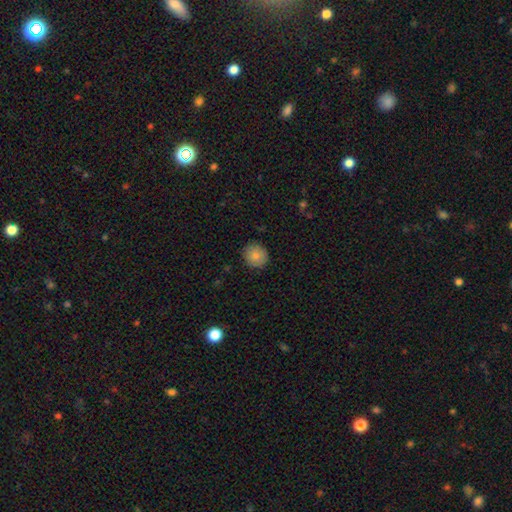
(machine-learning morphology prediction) This is clearly a smooth galaxy (84%). How rounded: clearly round (87%). Merging: clearly none (88%).